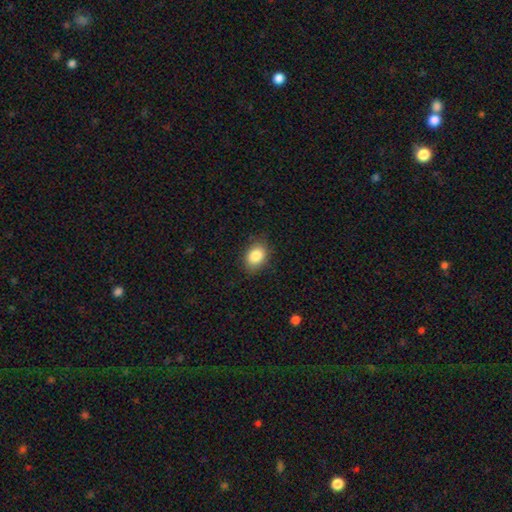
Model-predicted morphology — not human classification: smooth 86%, star or artifact 8%, featured or disk 6%. Down the decision tree: how rounded — in between (73%); merging — none (82%).